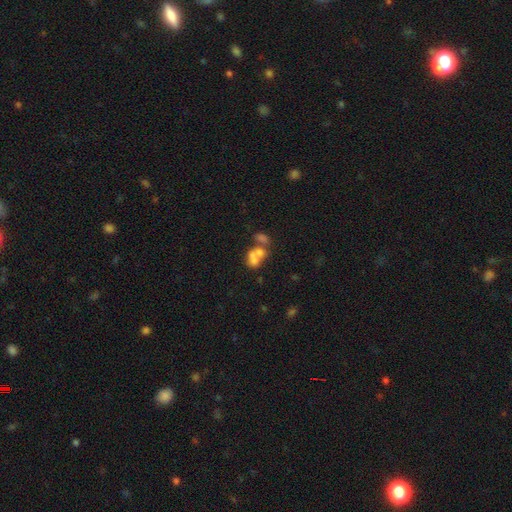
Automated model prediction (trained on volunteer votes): smooth-or-featured: smooth: 59% | featured or disk: 28% | star or artifact: 13%
  how-rounded: in between: 73% | round: 24% | cigar-shaped: 2%
  merging: merger: 65% | none: 19% | major disturbance: 9% | minor disturbance: 8%